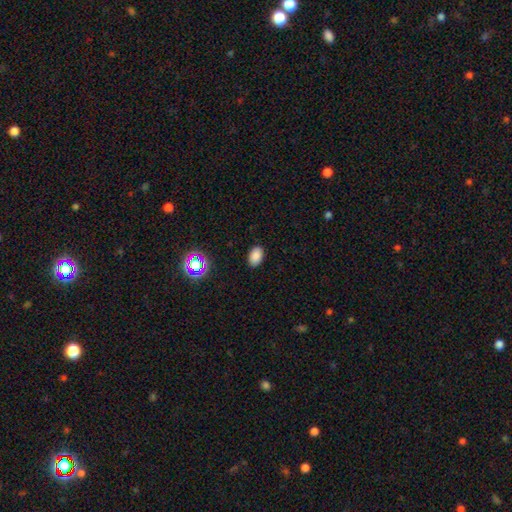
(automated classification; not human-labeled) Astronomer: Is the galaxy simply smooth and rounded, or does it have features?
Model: smooth — 84%.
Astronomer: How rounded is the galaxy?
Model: in between — 88%.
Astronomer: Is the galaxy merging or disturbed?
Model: none — 89%.